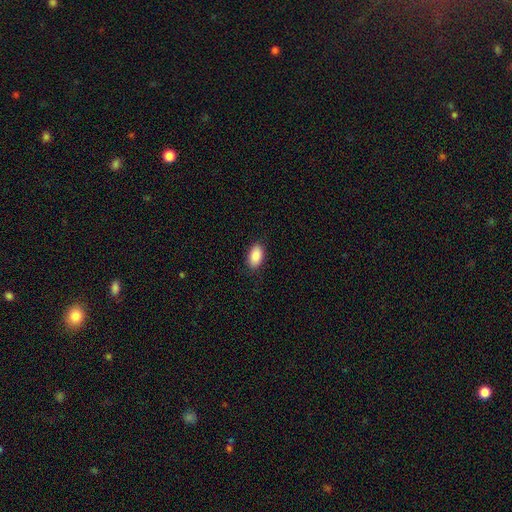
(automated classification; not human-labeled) Smooth or featured? Predicted: smooth (p=0.89). How rounded? Predicted: in between (p=0.94). Merging? Predicted: none (p=0.88).